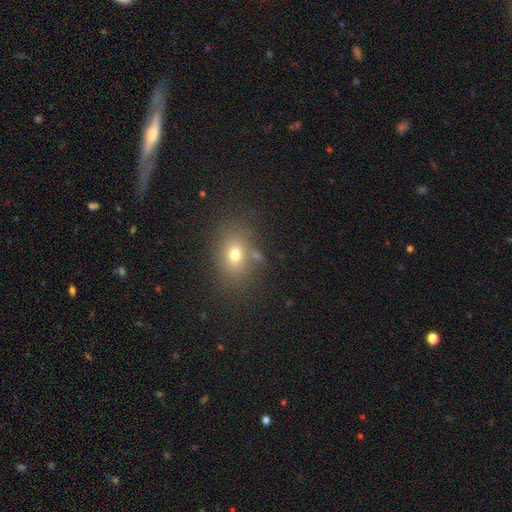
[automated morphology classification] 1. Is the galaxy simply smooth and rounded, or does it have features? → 68% smooth, 17% star or artifact, 14% featured or disk.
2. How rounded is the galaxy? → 67% in between, 31% round, 2% cigar-shaped.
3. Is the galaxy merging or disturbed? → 74% none, 13% minor disturbance, 7% merger, 5% major disturbance.